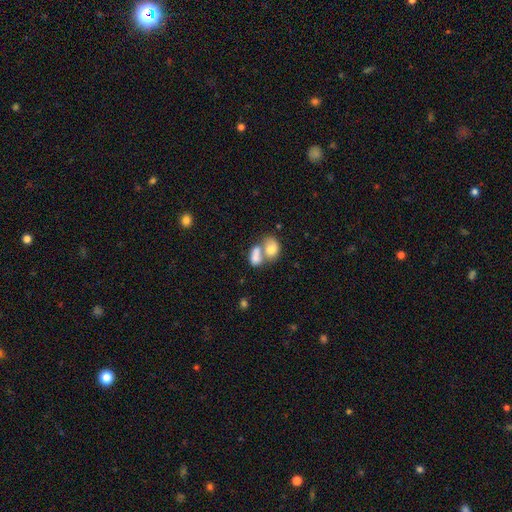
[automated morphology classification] Overall: smooth (74%). How rounded: in between (78%). Merging: merger (71%).